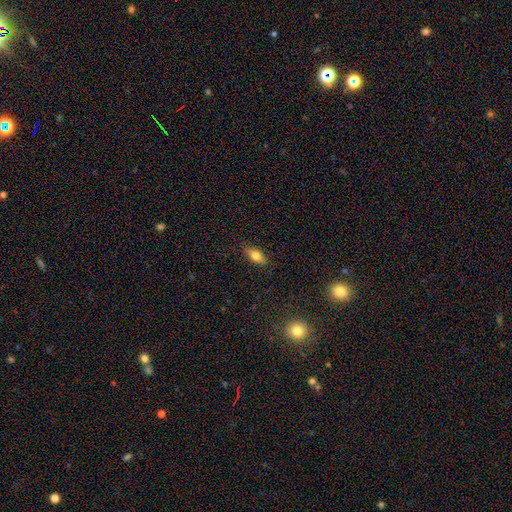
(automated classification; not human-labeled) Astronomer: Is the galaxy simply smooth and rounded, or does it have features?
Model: smooth — 77%.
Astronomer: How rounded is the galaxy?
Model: in between — 82%.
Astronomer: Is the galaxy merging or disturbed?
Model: none — 85%.